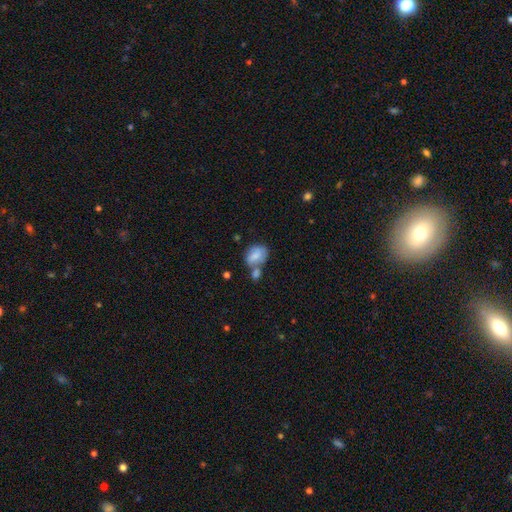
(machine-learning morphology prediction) Q: Smooth or featured?
A: smooth (72%); runner-up: featured or disk (20%)
Q: How rounded?
A: in between (72%); runner-up: round (26%)
Q: Merging?
A: merger (41%); runner-up: none (32%)